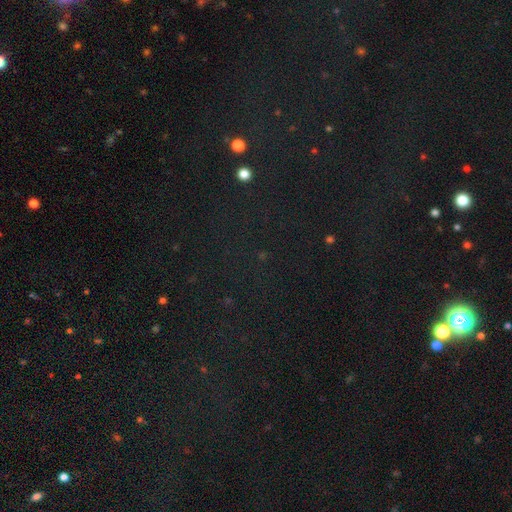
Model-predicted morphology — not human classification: Smooth or featured: star or artifact — 75% (smooth — 15%)